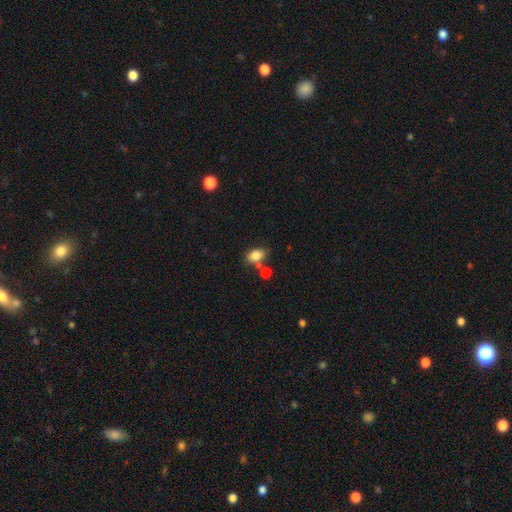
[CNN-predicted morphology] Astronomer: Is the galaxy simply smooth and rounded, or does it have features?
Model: smooth — 83%.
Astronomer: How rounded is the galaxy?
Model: in between — 82%.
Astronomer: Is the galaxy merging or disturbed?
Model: none — 61%.